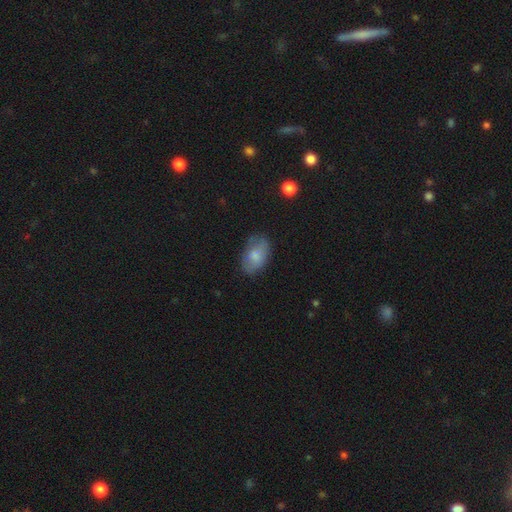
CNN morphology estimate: Smooth or featured? Predicted: smooth (p=0.72). How rounded? Predicted: in between (p=0.90). Merging? Predicted: none (p=0.68).